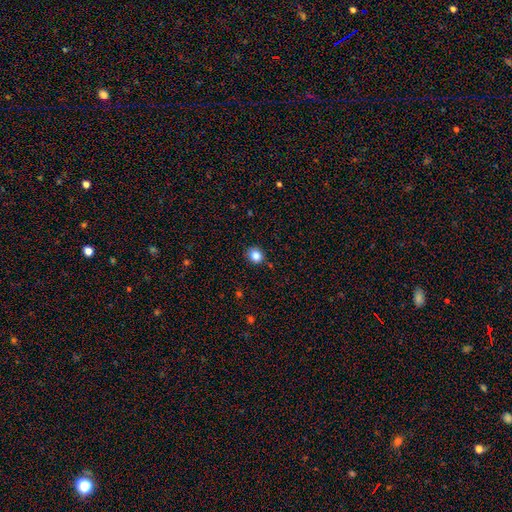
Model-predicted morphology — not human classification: Smooth or featured: smooth — 84% (star or artifact — 11%)
How rounded: round — 81% (in between — 18%)
Merging: none — 85% (minor disturbance — 11%)